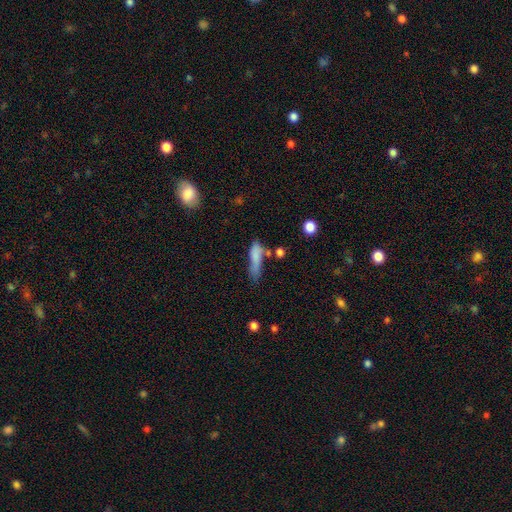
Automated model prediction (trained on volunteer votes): smooth_or_featured: smooth (p=0.76) [alt: featured or disk p=0.15]
how_rounded: cigar-shaped (p=0.59) [alt: in between p=0.38]
merging: none (p=0.38) [alt: minor disturbance p=0.29]